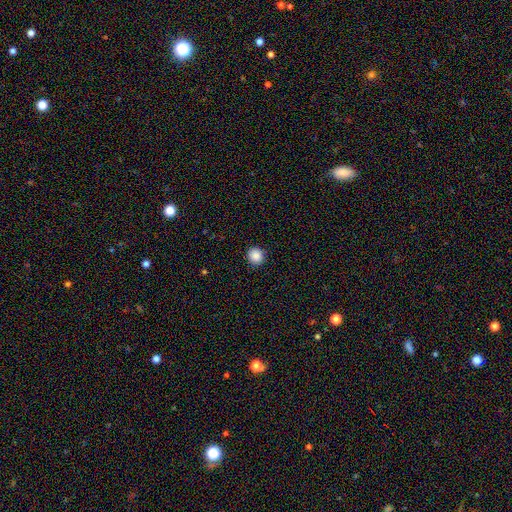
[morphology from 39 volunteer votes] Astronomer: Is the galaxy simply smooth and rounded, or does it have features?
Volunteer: smooth — 95%.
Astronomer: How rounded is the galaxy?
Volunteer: round — 92%.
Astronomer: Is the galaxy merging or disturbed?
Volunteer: none — 95%.